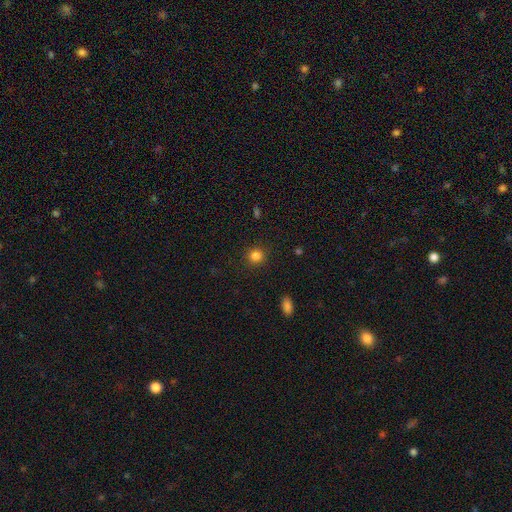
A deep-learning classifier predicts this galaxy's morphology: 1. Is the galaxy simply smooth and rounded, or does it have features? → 84% smooth, 12% star or artifact, 4% featured or disk.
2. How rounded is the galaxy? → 90% round, 9% in between, 1% cigar-shaped.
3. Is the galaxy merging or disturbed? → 90% none, 7% minor disturbance, 2% major disturbance, 1% merger.